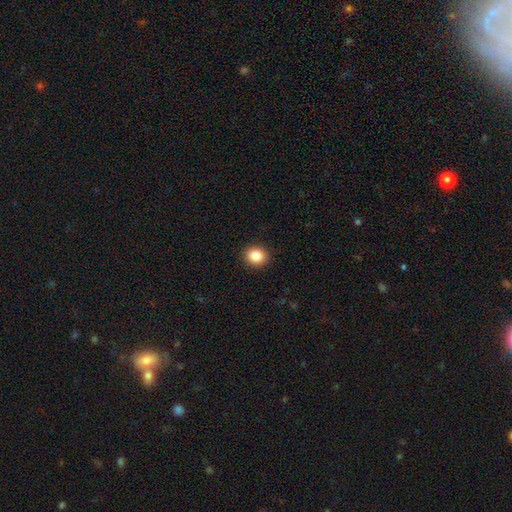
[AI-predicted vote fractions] Smooth or featured?
  - smooth: 87% *
  - star or artifact: 9%
  - featured or disk: 3%
How rounded?
  - round: 69% *
  - in between: 30%
  - cigar-shaped: 1%
Merging?
  - none: 91% *
  - minor disturbance: 7%
  - major disturbance: 2%
  - merger: 1%